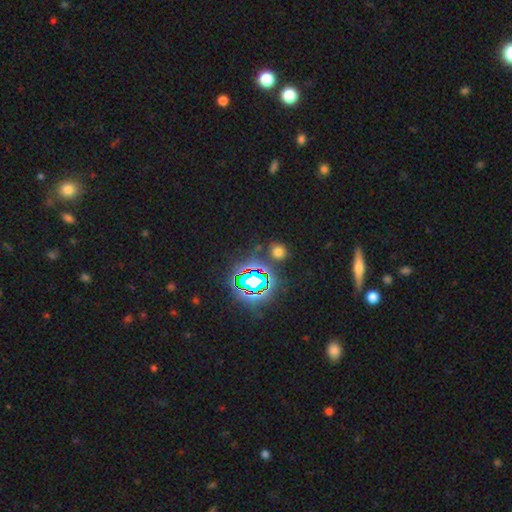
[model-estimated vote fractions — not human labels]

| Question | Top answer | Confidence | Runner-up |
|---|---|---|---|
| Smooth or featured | star or artifact | 75% | smooth (15%) |